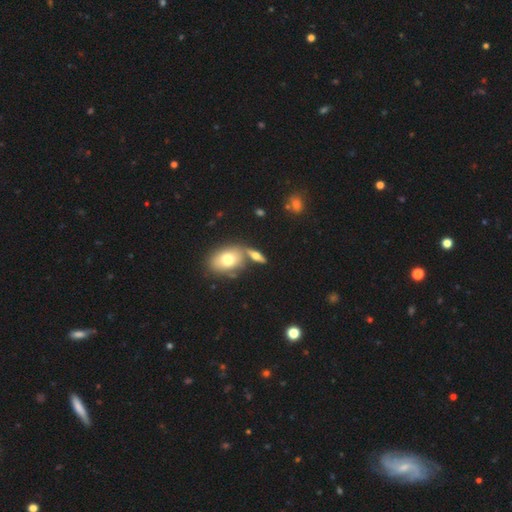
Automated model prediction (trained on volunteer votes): This appears to be a smooth galaxy with no disk features (48%). Merging: none (60%).